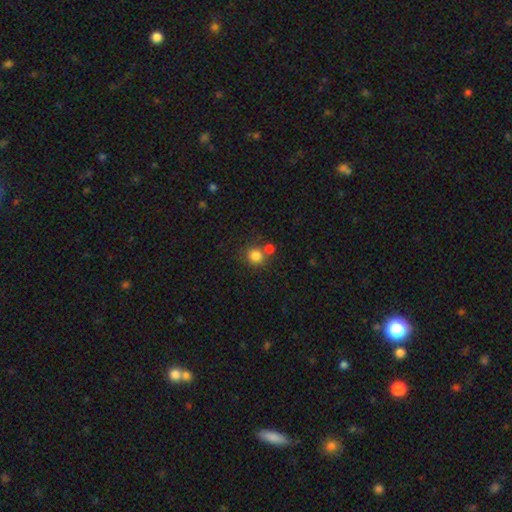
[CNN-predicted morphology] Smooth or featured: smooth — 82% (star or artifact — 12%)
How rounded: round — 90% (in between — 9%)
Merging: none — 63% (merger — 26%)